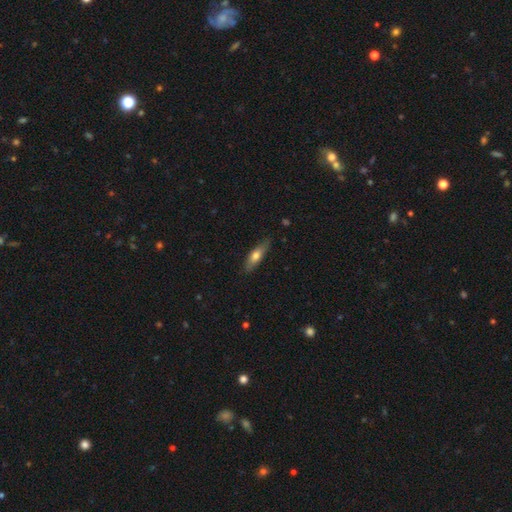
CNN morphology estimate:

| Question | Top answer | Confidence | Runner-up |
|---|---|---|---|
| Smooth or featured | smooth | 63% | featured or disk (31%) |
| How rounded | cigar-shaped | 58% | in between (40%) |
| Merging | none | 82% | minor disturbance (14%) |